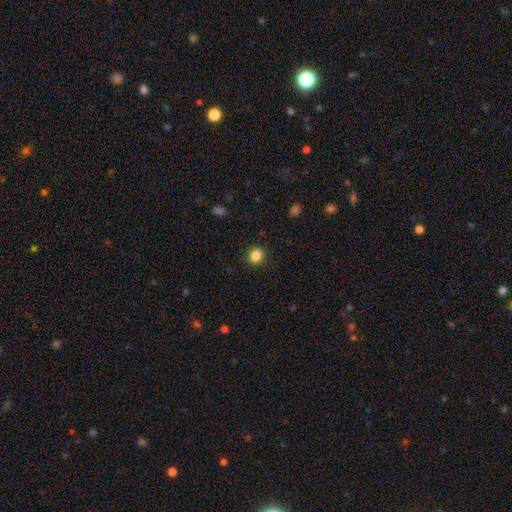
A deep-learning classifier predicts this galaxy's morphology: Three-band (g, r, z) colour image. It shows a smooth galaxy with no disk features (86%) that is round (68%). Merging: none (89%).